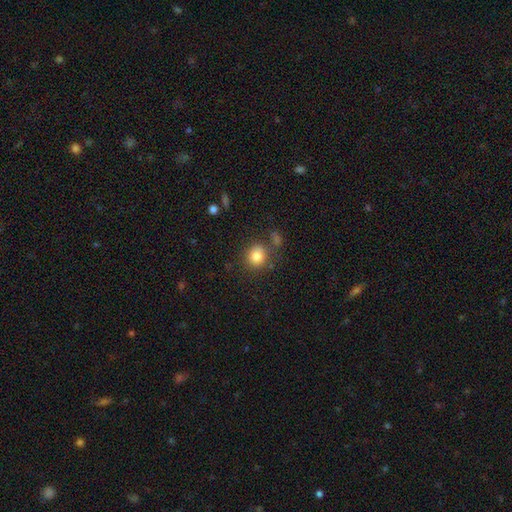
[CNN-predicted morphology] A smooth galaxy with no disk features (83%) that is round (81%). Merging: none (74%).